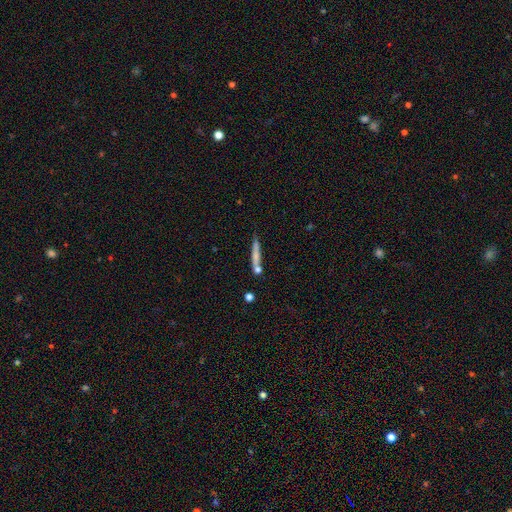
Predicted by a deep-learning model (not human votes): This is possibly a smooth galaxy (59%). How rounded: clearly cigar-shaped (92%). Merging: likely none (65%).